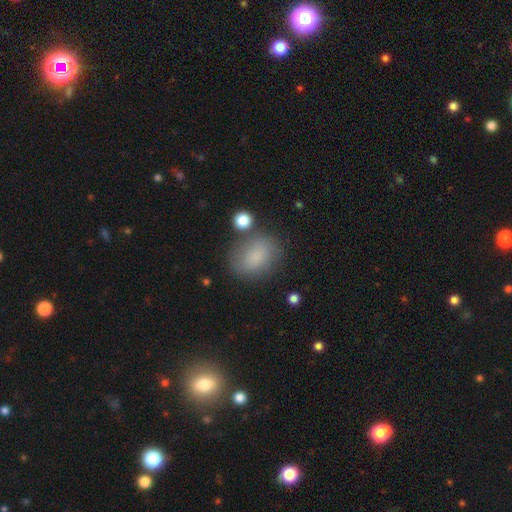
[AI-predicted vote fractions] A smooth galaxy with no disk features (79%) that is in between round and cigar-shaped (66%). Merging: none (67%).